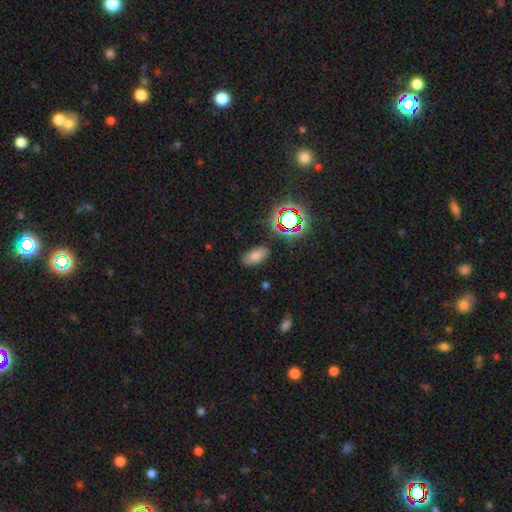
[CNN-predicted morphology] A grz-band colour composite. It shows a smooth galaxy with no disk features (71%) that is in between round and cigar-shaped (91%). Merging: none (80%).